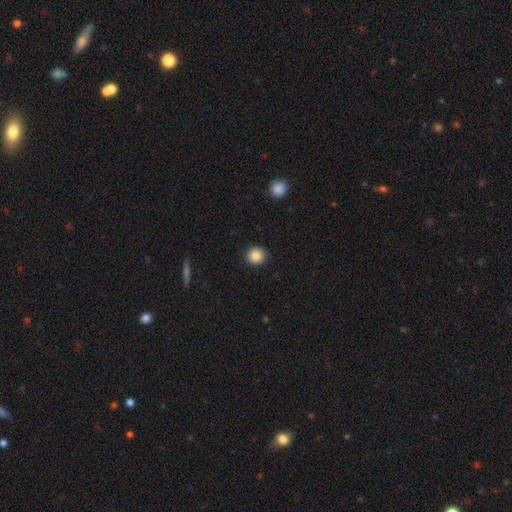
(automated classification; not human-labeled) This is clearly a smooth galaxy (87%). How rounded: clearly round (91%). Merging: clearly none (91%).